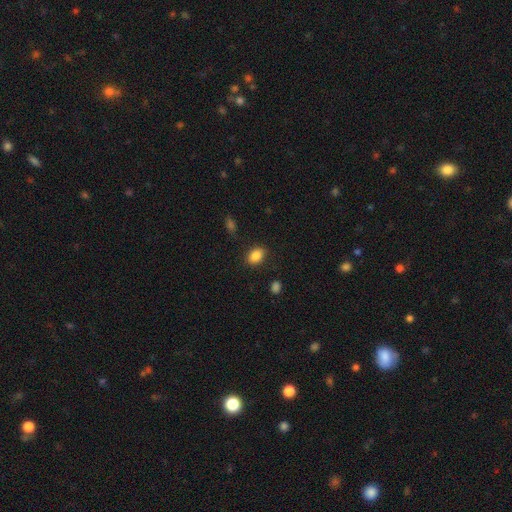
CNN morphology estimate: A smooth galaxy with no disk features (87%) that is in between round and cigar-shaped (78%). Merging: none (86%).